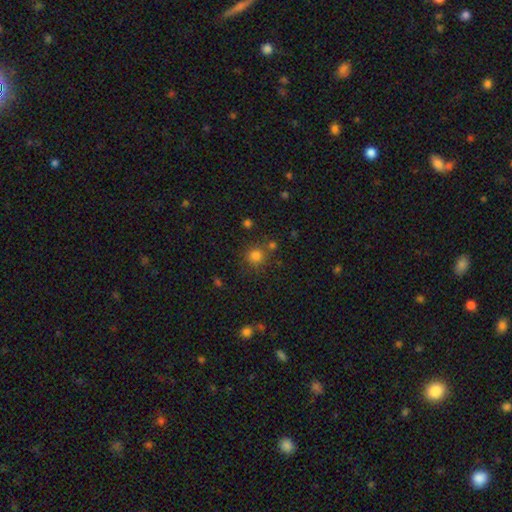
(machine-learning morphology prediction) Overall: smooth (79%). How rounded: round (91%). Merging: none (75%).